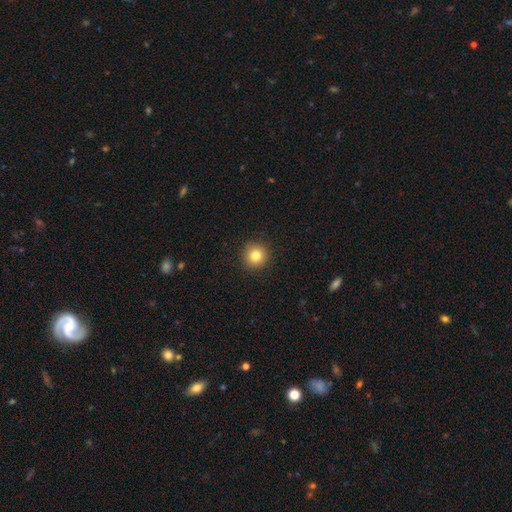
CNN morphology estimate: Smooth or featured?
  - smooth: 82% *
  - star or artifact: 11%
  - featured or disk: 7%
How rounded?
  - round: 94% *
  - in between: 5%
  - cigar-shaped: 1%
Merging?
  - none: 92% *
  - minor disturbance: 6%
  - major disturbance: 2%
  - merger: 1%